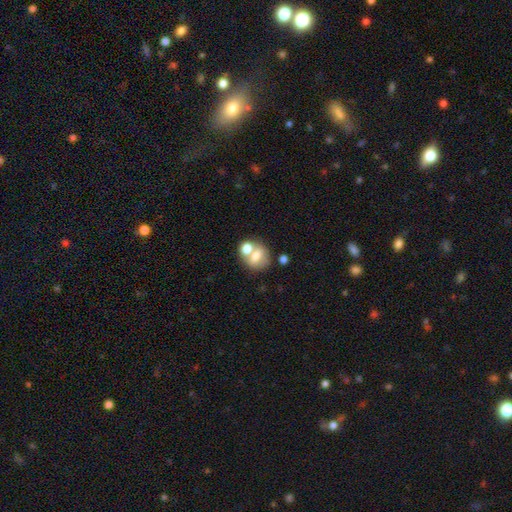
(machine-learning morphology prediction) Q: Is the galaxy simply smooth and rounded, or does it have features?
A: smooth — 65%.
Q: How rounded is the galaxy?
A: round — 63%.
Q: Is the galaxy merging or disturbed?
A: merger — 44%.